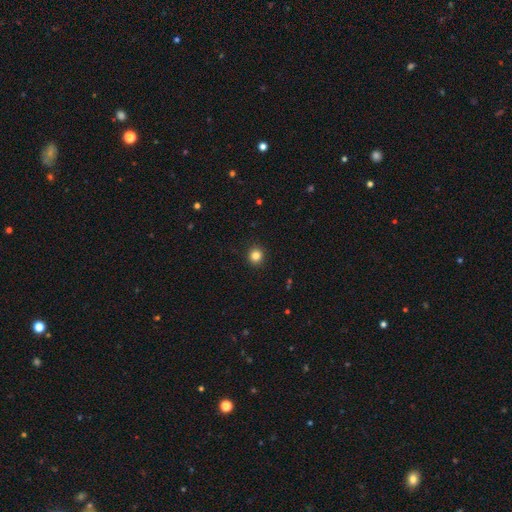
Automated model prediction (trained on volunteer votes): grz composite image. It shows a smooth galaxy with no disk features (84%) that is round (92%). Merging: none (92%).